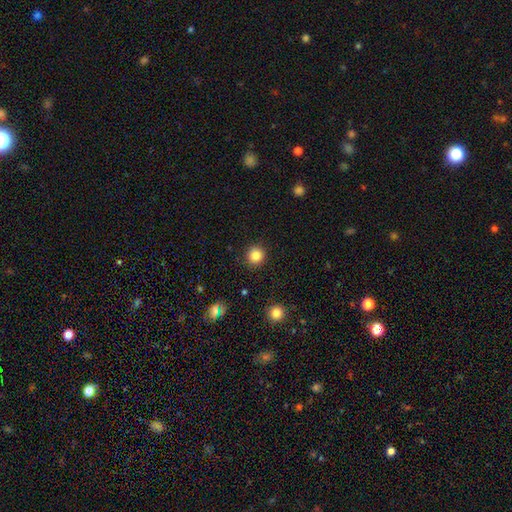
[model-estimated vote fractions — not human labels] The model was most divided on "smooth or featured": smooth: 84%, star or artifact: 11%, featured or disk: 5%. More confident: how rounded — round (92%); merging — none (91%).